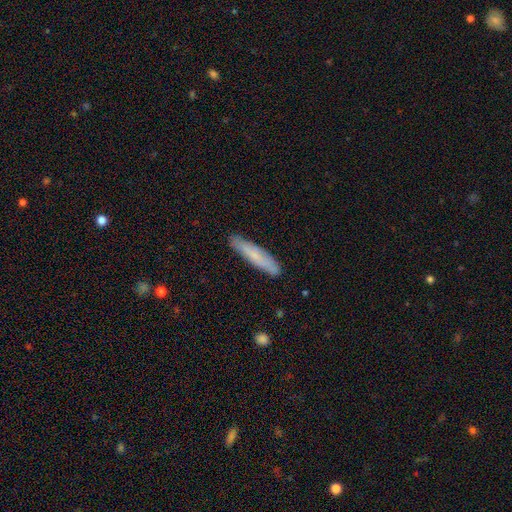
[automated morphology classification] smooth 71%, featured or disk 23%, star or artifact 6%. Down the decision tree: how rounded — cigar-shaped (88%); merging — none (87%).